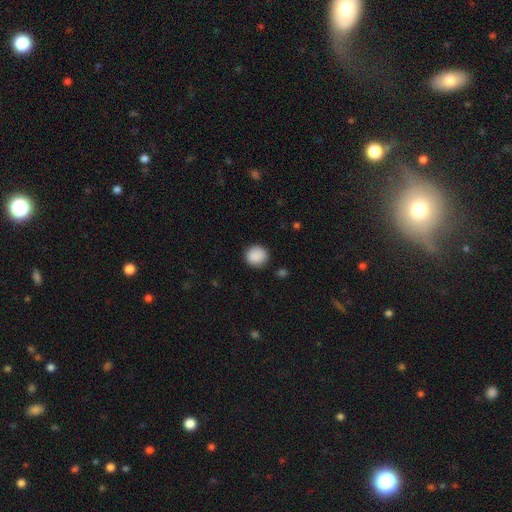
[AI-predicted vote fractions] Smooth or featured?
  - smooth: 89% *
  - star or artifact: 8%
  - featured or disk: 3%
How rounded?
  - round: 88% *
  - in between: 11%
  - cigar-shaped: 1%
Merging?
  - none: 87% *
  - minor disturbance: 9%
  - major disturbance: 3%
  - merger: 1%